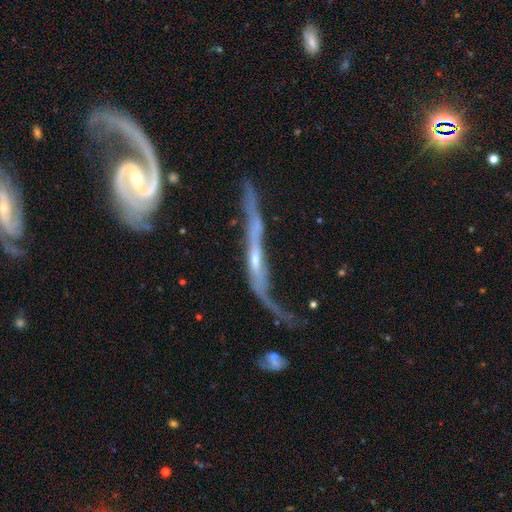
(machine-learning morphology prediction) A featured or disk galaxy (83%). Merging: major disturbance (32%).